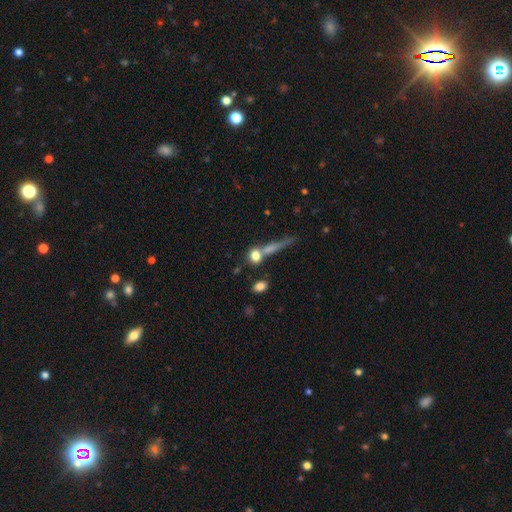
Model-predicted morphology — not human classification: A smooth galaxy with no disk features (74%) that is round (63%).

Vote fractions:
- Smooth or featured? smooth: 74% / featured or disk: 15% / star or artifact: 11%
- How rounded? round: 63% / in between: 23% / cigar-shaped: 13%
- Merging? none: 50% / merger: 29% / minor disturbance: 12% / major disturbance: 9%